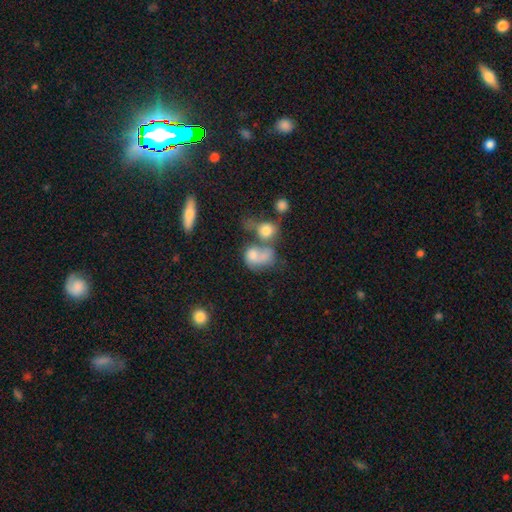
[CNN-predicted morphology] This is likely a smooth galaxy (65%). How rounded: possibly in between (53%). Merging: possibly merger (57%).